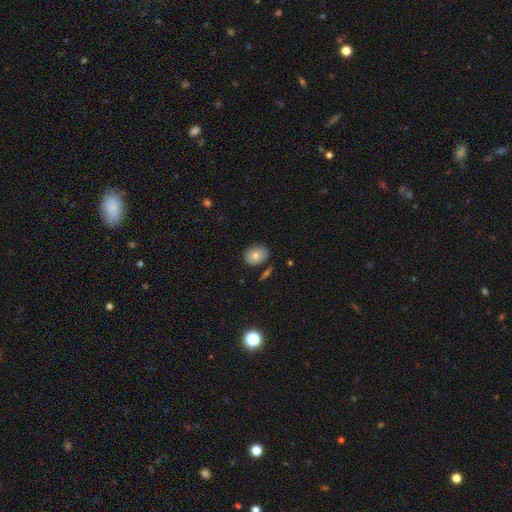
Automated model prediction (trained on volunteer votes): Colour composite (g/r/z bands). It shows a smooth galaxy with no disk features (76%) that is in between round and cigar-shaped (54%). Merging: none (79%).